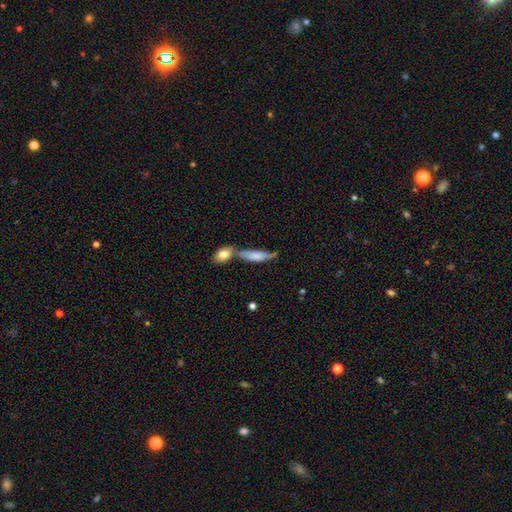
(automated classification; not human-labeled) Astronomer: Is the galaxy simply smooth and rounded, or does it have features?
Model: smooth — 66%.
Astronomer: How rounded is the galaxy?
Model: cigar-shaped — 63%.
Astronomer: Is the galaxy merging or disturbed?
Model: none — 41% (runner-up: merger, 35%).